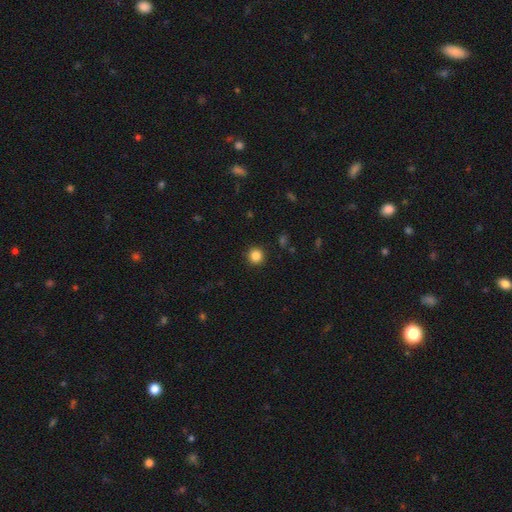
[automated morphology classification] This is clearly a smooth galaxy (85%). How rounded: clearly round (94%). Merging: clearly none (92%).